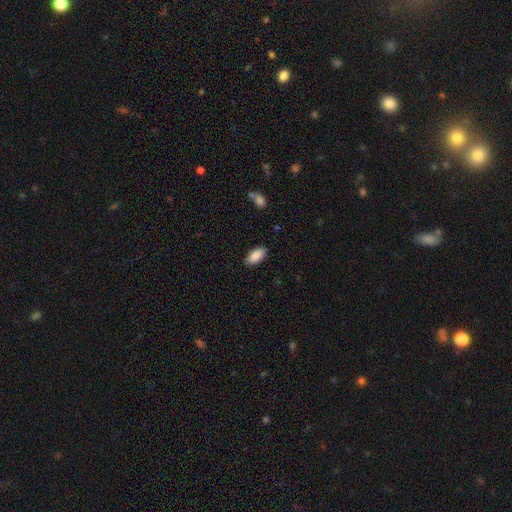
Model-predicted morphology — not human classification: Smooth or featured: smooth — 88% (star or artifact — 6%)
How rounded: in between — 92% (cigar-shaped — 6%)
Merging: none — 88% (minor disturbance — 9%)